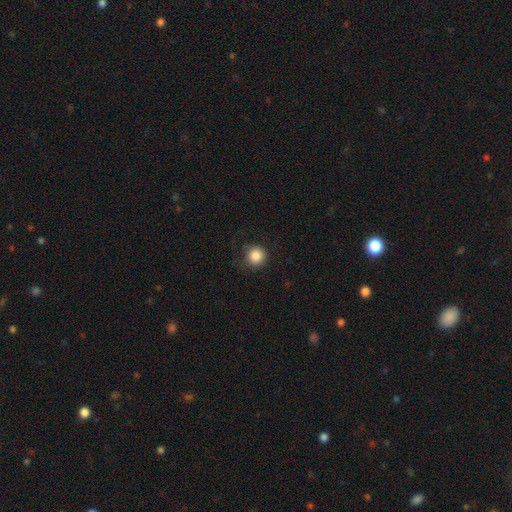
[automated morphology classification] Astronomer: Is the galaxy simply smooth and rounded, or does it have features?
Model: smooth — 86%.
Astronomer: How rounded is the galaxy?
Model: round — 94%.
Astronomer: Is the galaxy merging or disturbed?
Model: none — 81%.